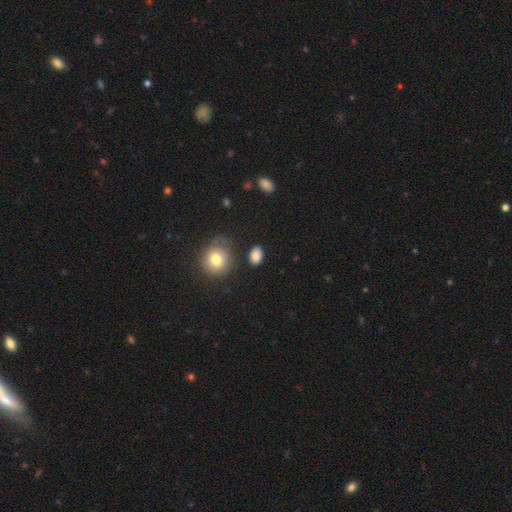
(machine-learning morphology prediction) This is clearly a smooth galaxy (85%). How rounded: likely in between (79%). Merging: clearly none (82%).